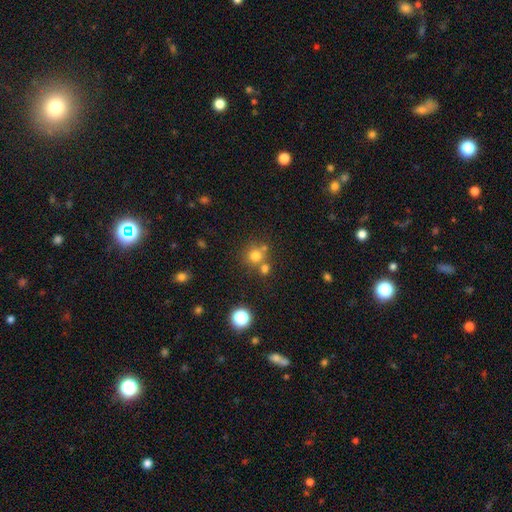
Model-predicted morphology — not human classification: This appears to be a smooth galaxy with no disk features (74%) that is round (89%). Merging: none (62%).